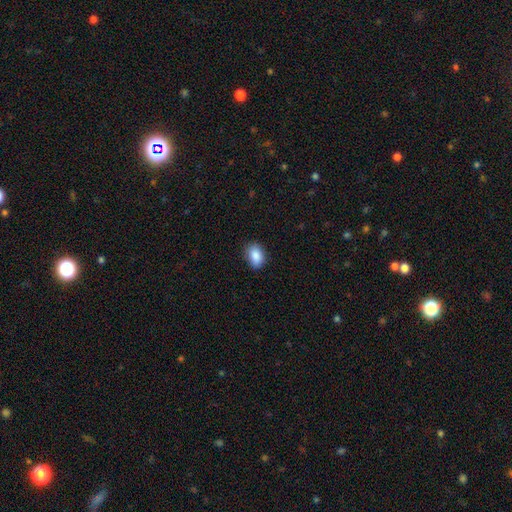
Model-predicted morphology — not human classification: type=smooth (88%); roundness=in between (82%); merging=none (82%).